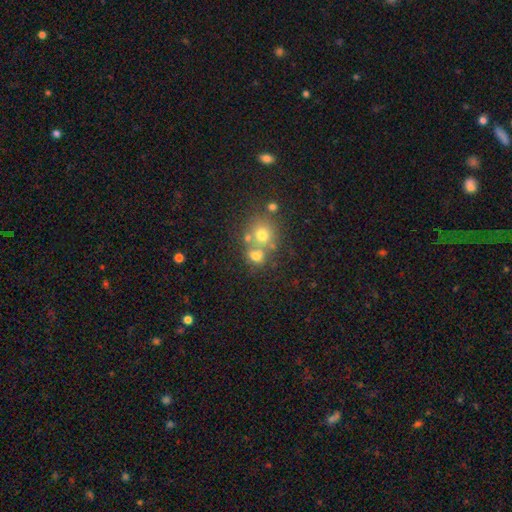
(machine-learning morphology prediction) The model was most divided on "merging": none: 45%, merger: 41%, minor disturbance: 9%, major disturbance: 5%. More confident: how rounded — round (76%); smooth or featured — smooth (65%).